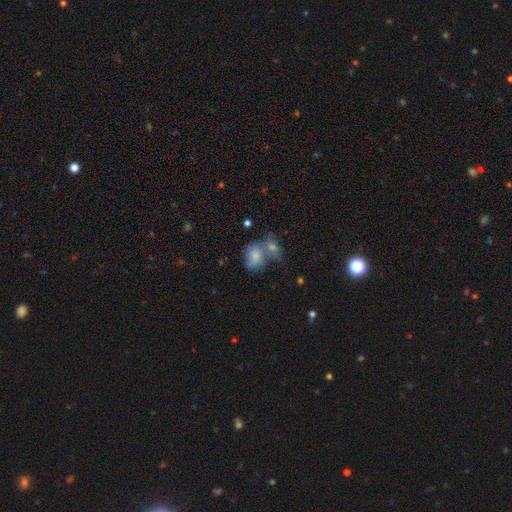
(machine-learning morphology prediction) type=smooth (75%); roundness=in between (61%); merging=merger (52%).